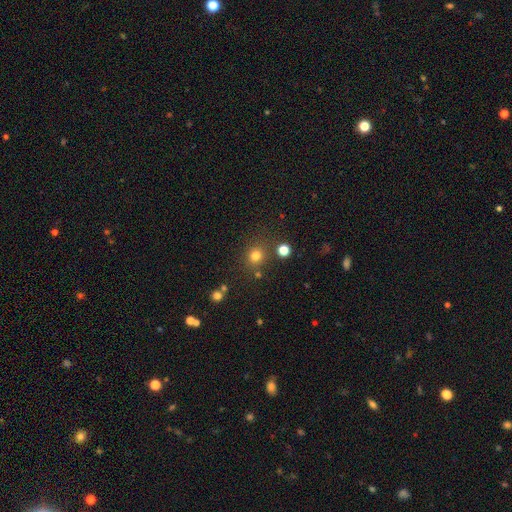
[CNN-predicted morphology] smooth-or-featured: smooth: 78% | star or artifact: 17% | featured or disk: 6%
  how-rounded: round: 86% | in between: 13% | cigar-shaped: 1%
  merging: none: 80% | minor disturbance: 9% | merger: 7% | major disturbance: 4%